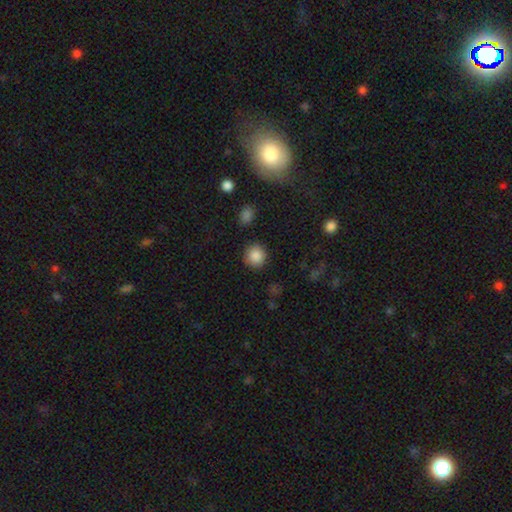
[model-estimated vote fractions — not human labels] Q: Smooth or featured?
A: smooth (87%); runner-up: star or artifact (9%)
Q: How rounded?
A: round (91%); runner-up: in between (8%)
Q: Merging?
A: none (89%); runner-up: minor disturbance (7%)